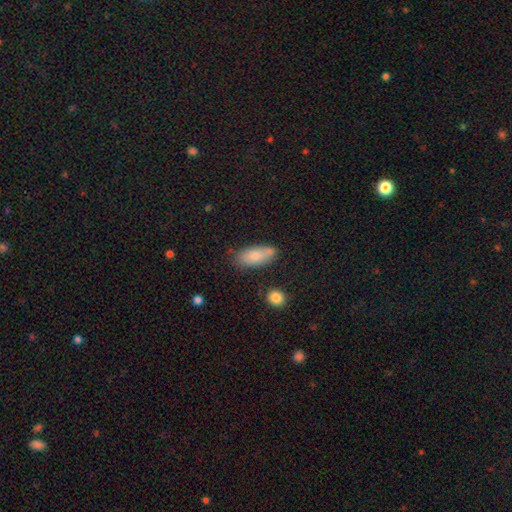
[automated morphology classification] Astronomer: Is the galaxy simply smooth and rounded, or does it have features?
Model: smooth — 80%.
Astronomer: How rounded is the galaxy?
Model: in between — 85%.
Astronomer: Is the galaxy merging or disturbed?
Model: none — 66%.